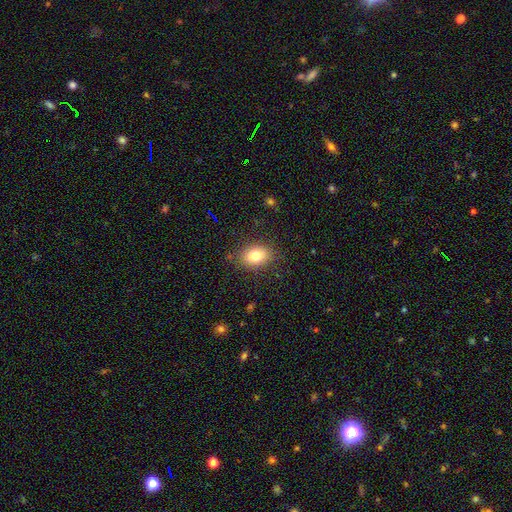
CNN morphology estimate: A smooth galaxy with no disk features (80%) that is in between round and cigar-shaped (73%).

Vote fractions:
- Smooth or featured? smooth: 80% / featured or disk: 10% / star or artifact: 10%
- How rounded? in between: 73% / round: 26% / cigar-shaped: 1%
- Merging? none: 85% / minor disturbance: 11% / major disturbance: 3% / merger: 1%